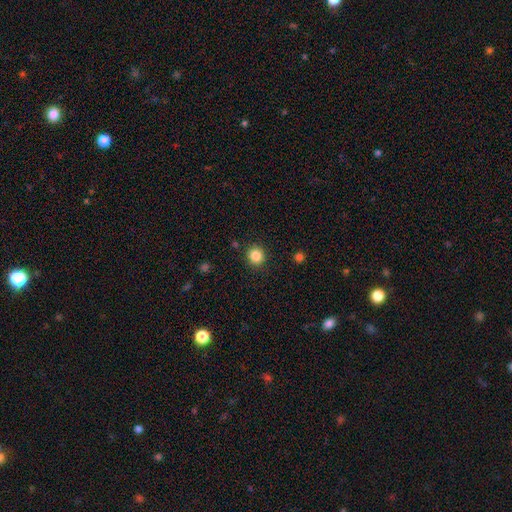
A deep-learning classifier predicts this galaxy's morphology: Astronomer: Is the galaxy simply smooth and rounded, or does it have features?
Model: smooth — 86%.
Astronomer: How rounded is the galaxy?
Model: round — 89%.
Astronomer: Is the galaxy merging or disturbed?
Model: none — 89%.